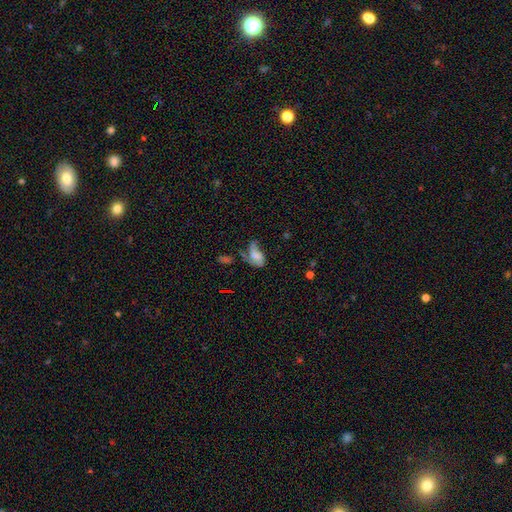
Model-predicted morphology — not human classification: Smooth or featured? featured or disk (47%)
Merging? major disturbance (38%)